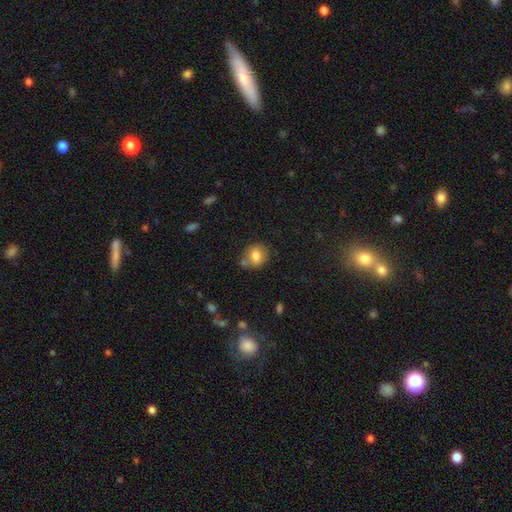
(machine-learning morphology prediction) Smooth or featured? smooth (78%)
How rounded? round (65%)
Merging? none (65%)